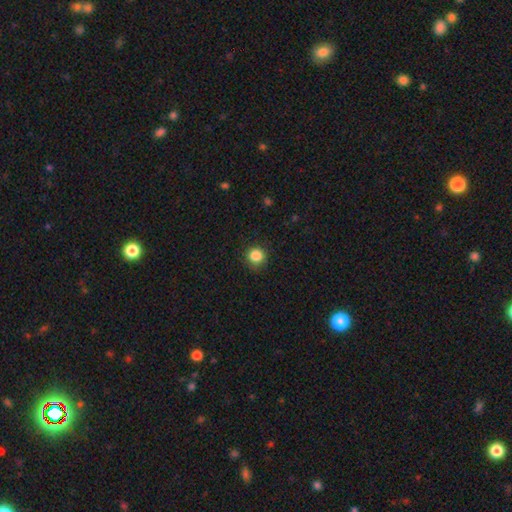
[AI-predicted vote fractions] smooth-or-featured: smooth: 85% | star or artifact: 11% | featured or disk: 4%
  how-rounded: round: 90% | in between: 9% | cigar-shaped: 1%
  merging: none: 83% | minor disturbance: 13% | major disturbance: 4% | merger: 1%